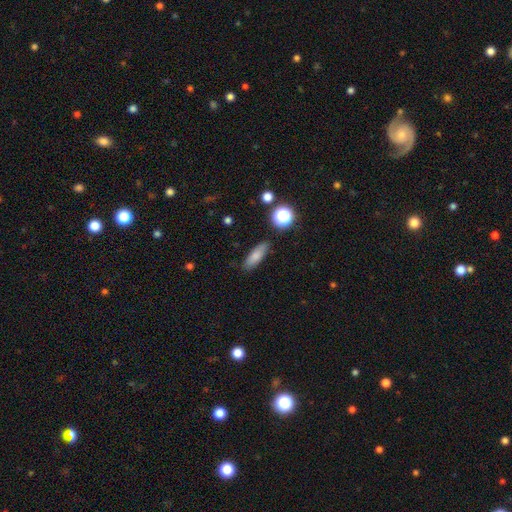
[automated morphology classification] Smooth or featured? smooth (78%)
How rounded? in between (53%)
Merging? none (84%)